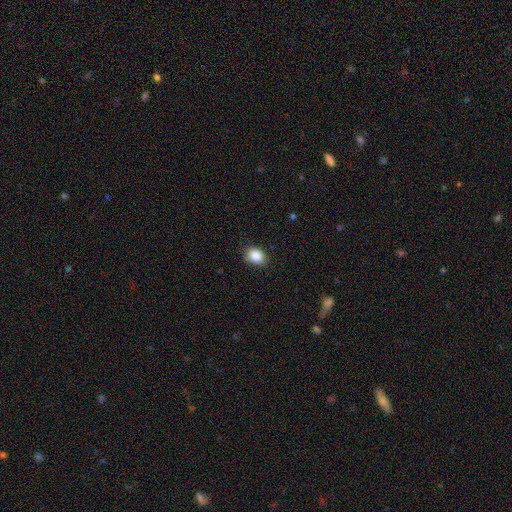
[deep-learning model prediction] Smooth or featured?
  - smooth: 87% *
  - star or artifact: 9%
  - featured or disk: 4%
How rounded?
  - in between: 61% *
  - round: 38%
  - cigar-shaped: 1%
Merging?
  - none: 82% *
  - minor disturbance: 14%
  - major disturbance: 3%
  - merger: 1%